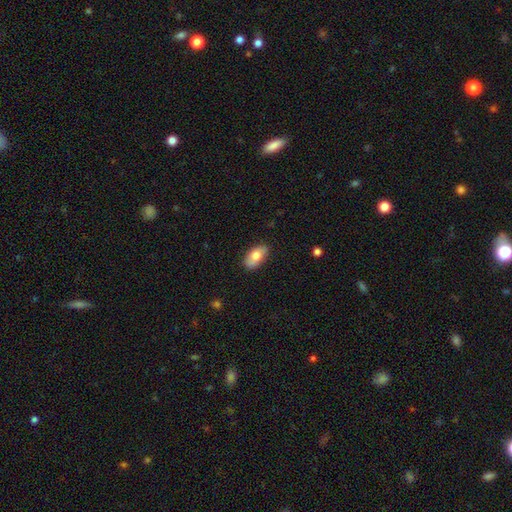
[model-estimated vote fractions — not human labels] Q: Smooth or featured?
A: smooth (75%); runner-up: featured or disk (19%)
Q: How rounded?
A: in between (92%); runner-up: round (4%)
Q: Merging?
A: none (83%); runner-up: minor disturbance (14%)